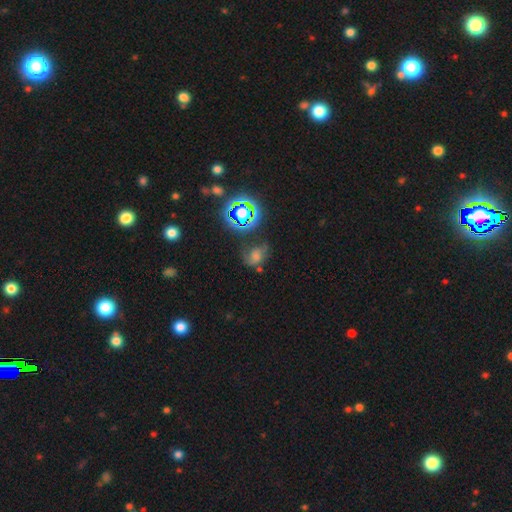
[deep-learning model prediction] Morphology: type=star or artifact (38%).